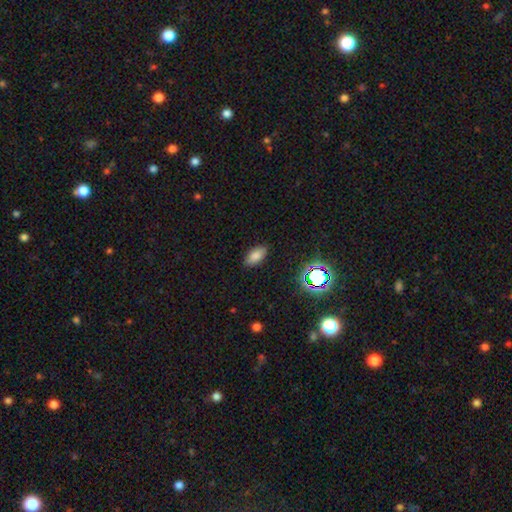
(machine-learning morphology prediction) smooth_or_featured: smooth (p=0.79) [alt: star or artifact p=0.12]
how_rounded: in between (p=0.90) [alt: cigar-shaped p=0.06]
merging: none (p=0.86) [alt: minor disturbance p=0.11]